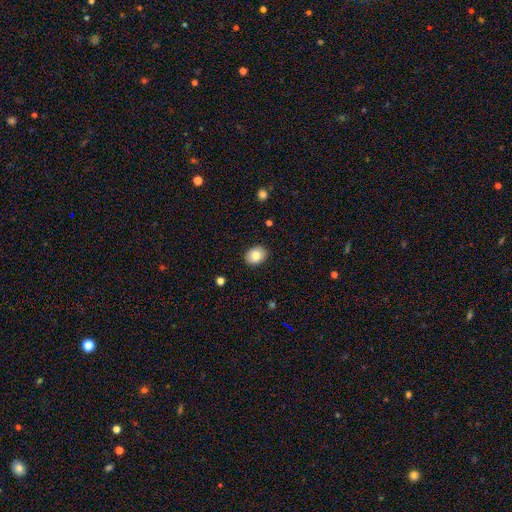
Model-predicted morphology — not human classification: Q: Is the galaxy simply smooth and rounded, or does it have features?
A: smooth — 81%.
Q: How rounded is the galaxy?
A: in between — 60%.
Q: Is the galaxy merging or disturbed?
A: none — 89%.